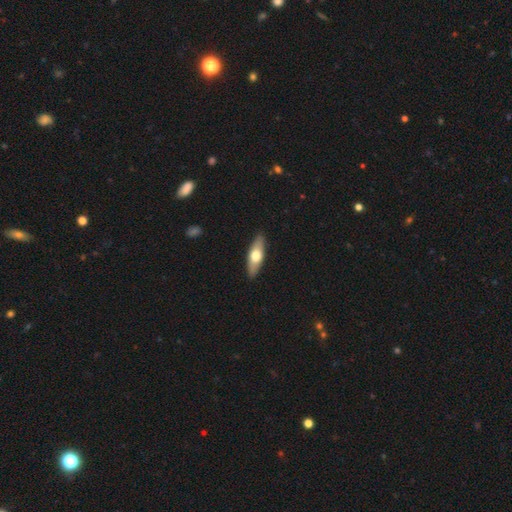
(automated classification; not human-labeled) Smooth or featured?
  - smooth: 56% *
  - featured or disk: 39%
  - star or artifact: 5%
How rounded?
  - in between: 50% *
  - cigar-shaped: 47%
  - round: 3%
Merging?
  - none: 90% *
  - minor disturbance: 7%
  - major disturbance: 2%
  - merger: 1%